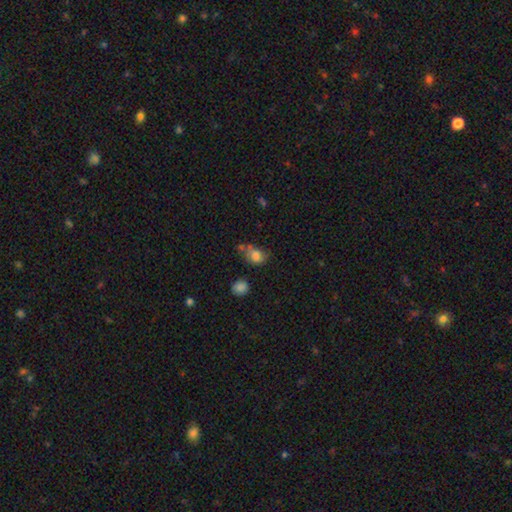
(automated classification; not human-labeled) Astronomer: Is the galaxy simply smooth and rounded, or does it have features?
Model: smooth — 75%.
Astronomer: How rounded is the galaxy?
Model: in between — 60% (runner-up: round, 38%).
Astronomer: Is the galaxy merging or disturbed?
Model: none — 46% (runner-up: minor disturbance, 27%).